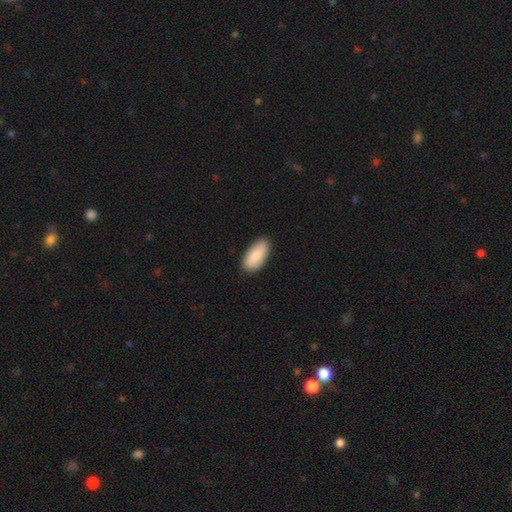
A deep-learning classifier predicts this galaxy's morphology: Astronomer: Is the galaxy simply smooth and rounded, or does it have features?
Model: smooth — 83%.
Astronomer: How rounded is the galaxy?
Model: in between — 92%.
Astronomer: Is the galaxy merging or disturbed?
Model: none — 87%.